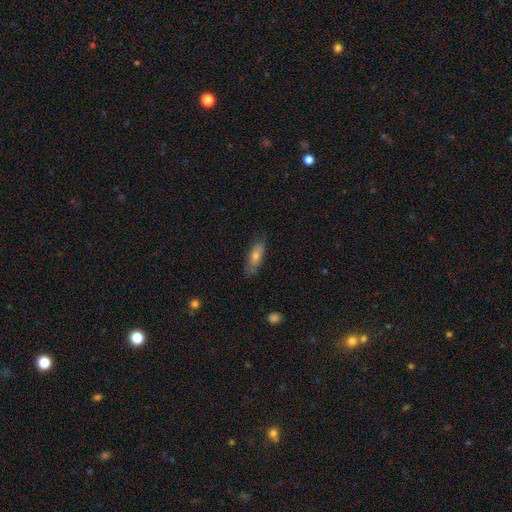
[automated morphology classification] A smooth galaxy with no disk features (59%) that is in between round and cigar-shaped (52%).

Vote fractions:
- Smooth or featured? smooth: 59% / featured or disk: 33% / star or artifact: 8%
- How rounded? in between: 52% / cigar-shaped: 45% / round: 3%
- Merging? none: 80% / minor disturbance: 15% / major disturbance: 3% / merger: 1%